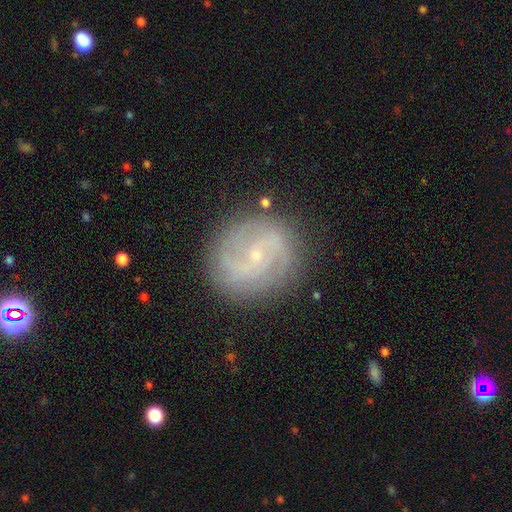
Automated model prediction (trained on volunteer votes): Overall: featured or disk (80%). Edge-on disk: no (98%). Bar: no (51%; weak 40%). Spiral arms: yes (94%). Spiral arm count: 2 (64%). Spiral winding: medium (45%; tight 40%). Bulge size: small (83%). Merging: none (83%).